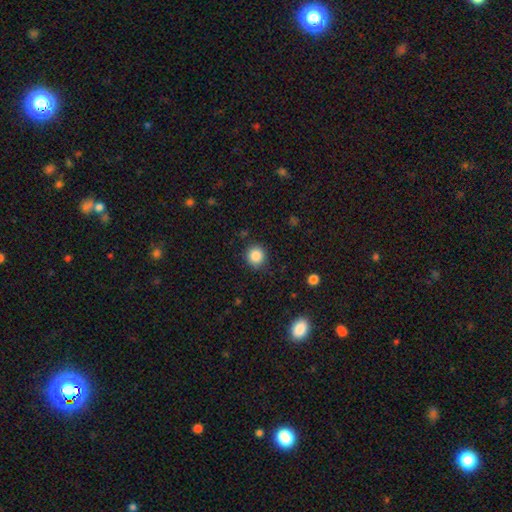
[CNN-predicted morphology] The model was most divided on "smooth or featured": smooth: 86%, star or artifact: 10%, featured or disk: 4%. More confident: how rounded — round (92%); merging — none (88%).